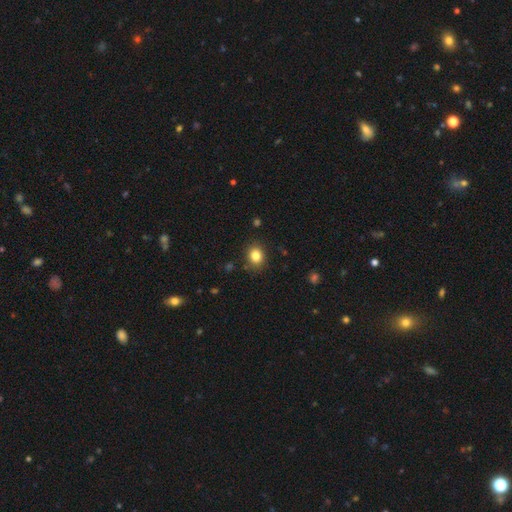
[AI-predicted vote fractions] A smooth galaxy with no disk features (83%) that is round (61%).

Vote fractions:
- Smooth or featured? smooth: 83% / star or artifact: 11% / featured or disk: 6%
- How rounded? round: 61% / in between: 38% / cigar-shaped: 1%
- Merging? none: 86% / minor disturbance: 10% / major disturbance: 3% / merger: 2%